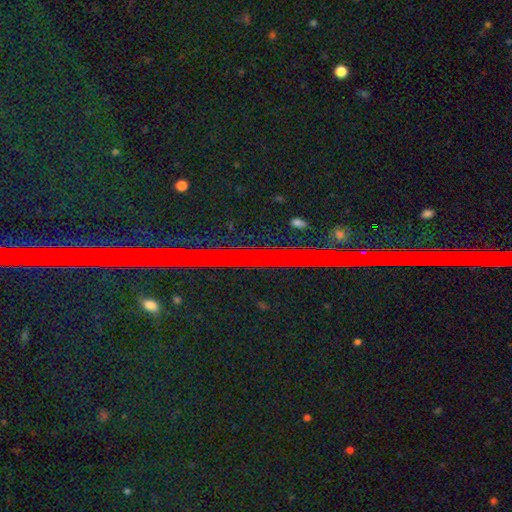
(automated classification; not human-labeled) Q: Smooth or featured?
A: star or artifact (88%); runner-up: featured or disk (7%)